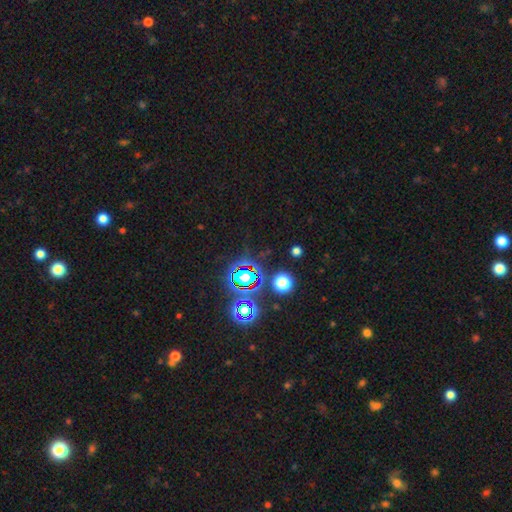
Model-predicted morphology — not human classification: Q: Smooth or featured?
A: star or artifact (72%); runner-up: smooth (19%)